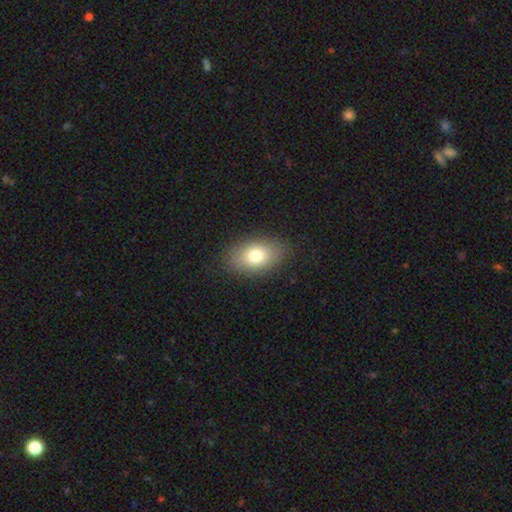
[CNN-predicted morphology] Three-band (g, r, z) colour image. It shows a smooth galaxy with no disk features (77%) that is in between round and cigar-shaped (85%). Merging: none (86%).